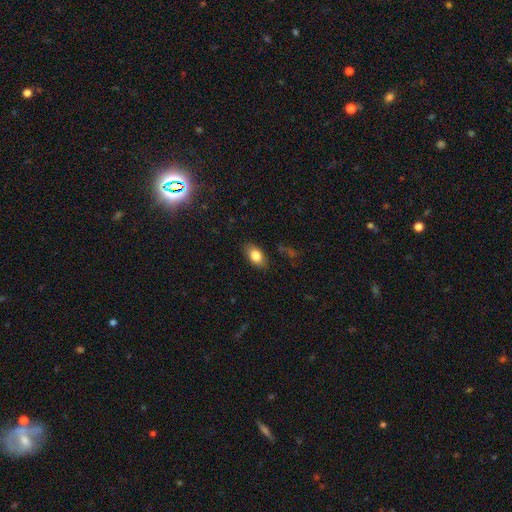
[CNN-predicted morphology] Smooth or featured?
  - smooth: 82% *
  - featured or disk: 10%
  - star or artifact: 8%
How rounded?
  - in between: 90% *
  - round: 7%
  - cigar-shaped: 3%
Merging?
  - none: 84% *
  - minor disturbance: 12%
  - major disturbance: 3%
  - merger: 1%